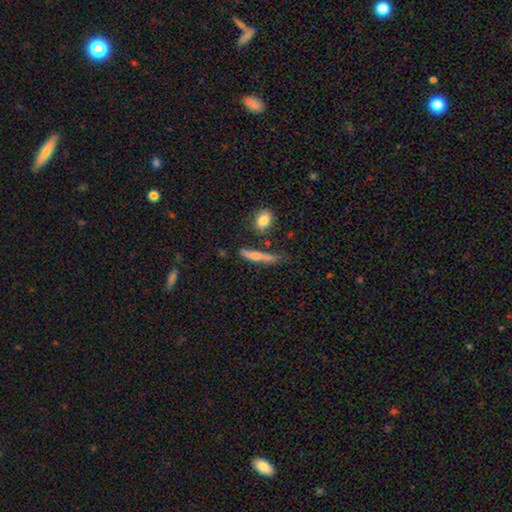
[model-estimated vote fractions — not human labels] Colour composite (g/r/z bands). It shows a smooth galaxy with no disk features (53%) that is cigar-shaped (87%). Merging: none (64%).